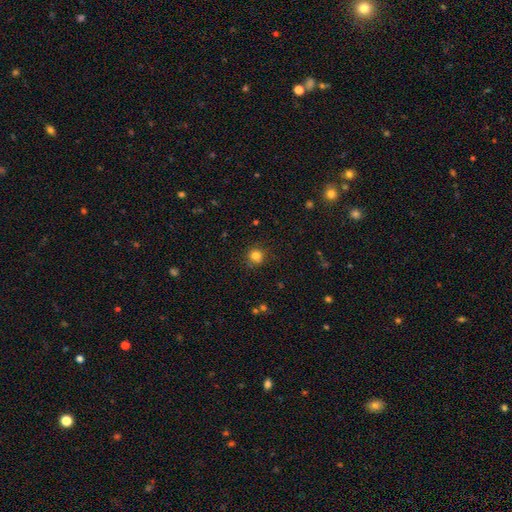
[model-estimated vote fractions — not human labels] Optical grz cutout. It shows a smooth galaxy with no disk features (82%) that is round (91%). Merging: none (86%).